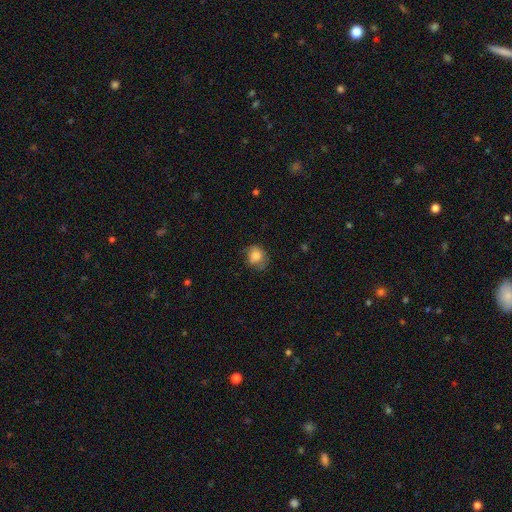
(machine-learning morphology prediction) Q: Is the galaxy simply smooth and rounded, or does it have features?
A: smooth — 82%.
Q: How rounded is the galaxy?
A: round — 69%.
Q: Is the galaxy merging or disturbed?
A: none — 64%.